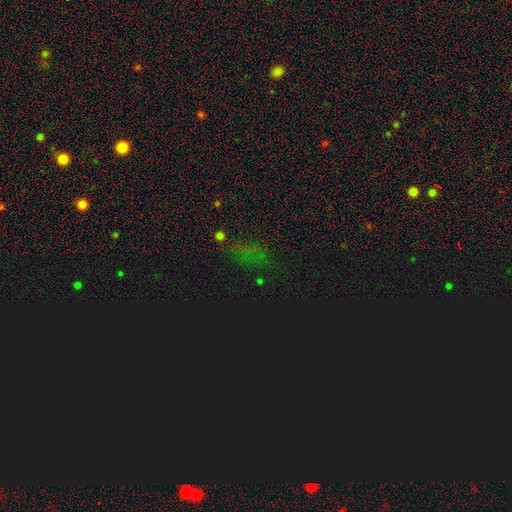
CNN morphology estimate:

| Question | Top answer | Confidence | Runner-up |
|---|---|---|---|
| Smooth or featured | star or artifact | 68% | smooth (23%) |